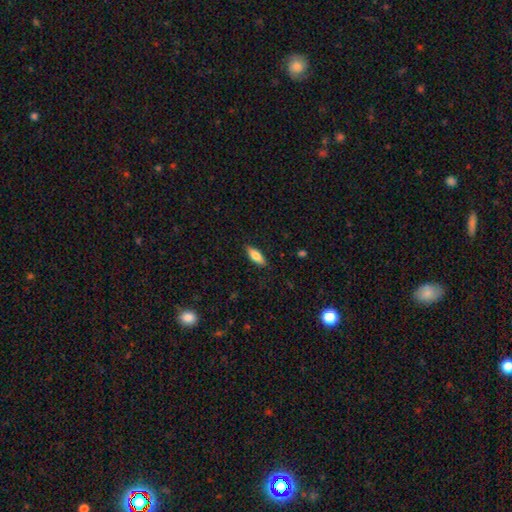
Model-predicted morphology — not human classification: type=smooth (77%); roundness=in between (67%); merging=none (87%).